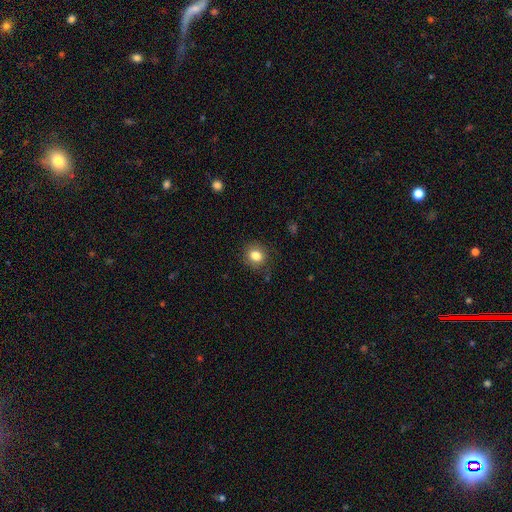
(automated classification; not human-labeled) Smooth or featured: smooth — 83% (star or artifact — 10%)
How rounded: round — 77% (in between — 22%)
Merging: none — 84% (minor disturbance — 12%)